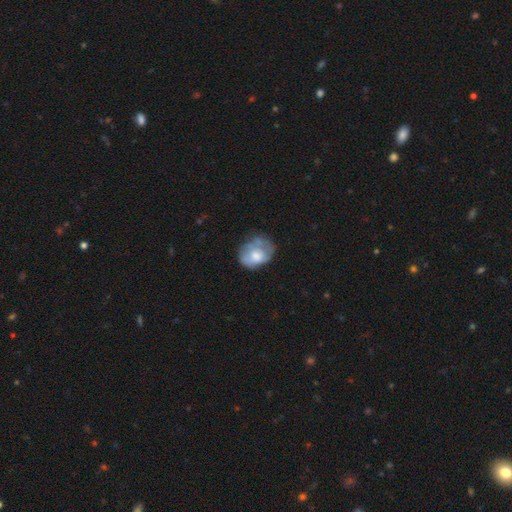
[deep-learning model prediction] A smooth galaxy with no disk features (52%) that is in between round and cigar-shaped (57%). Merging: none (41%).